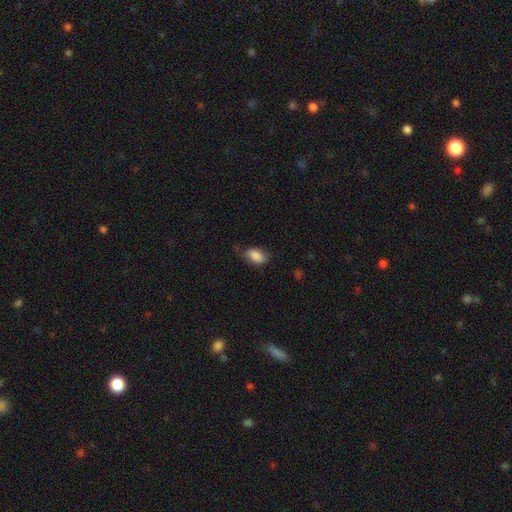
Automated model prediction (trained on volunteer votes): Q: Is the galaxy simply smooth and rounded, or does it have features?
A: smooth — 86%.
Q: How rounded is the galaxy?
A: in between — 90%.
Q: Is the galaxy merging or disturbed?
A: none — 53%.